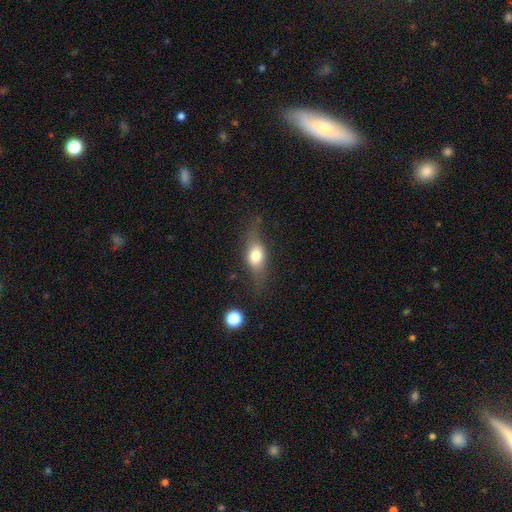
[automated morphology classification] A smooth galaxy with no disk features (57%) that is in between round and cigar-shaped (66%). Merging: none (63%).